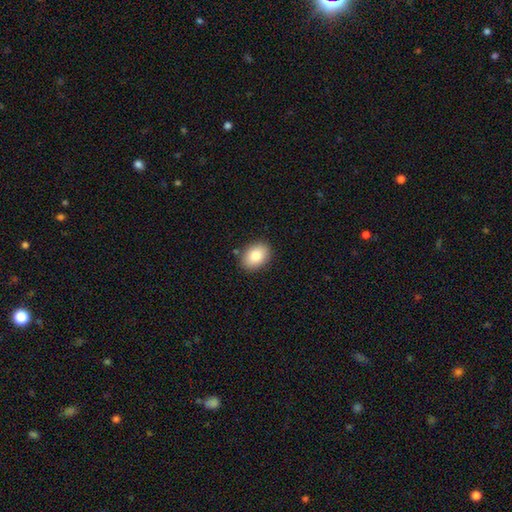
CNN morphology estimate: This appears to be a smooth galaxy with no disk features (84%) that is in between round and cigar-shaped (74%). Merging: none (87%).